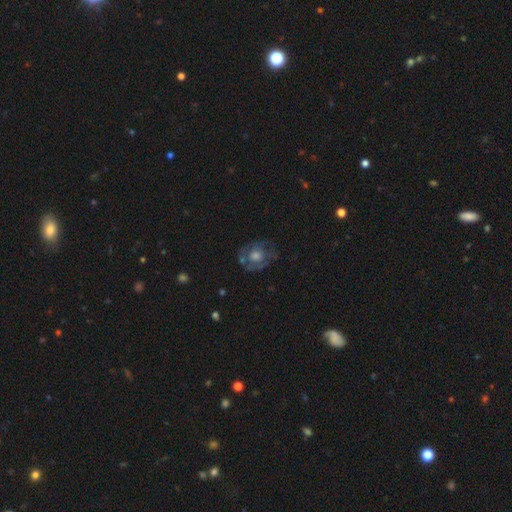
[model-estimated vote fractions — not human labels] Smooth or featured? Predicted: featured or disk (p=0.59). Edge-on disk? Predicted: no (p=0.96). Bar? Predicted: no (p=0.85). Spiral arms? Predicted: no (p=0.53). Bulge size? Predicted: moderate (p=0.56). Merging? Predicted: none (p=0.67).